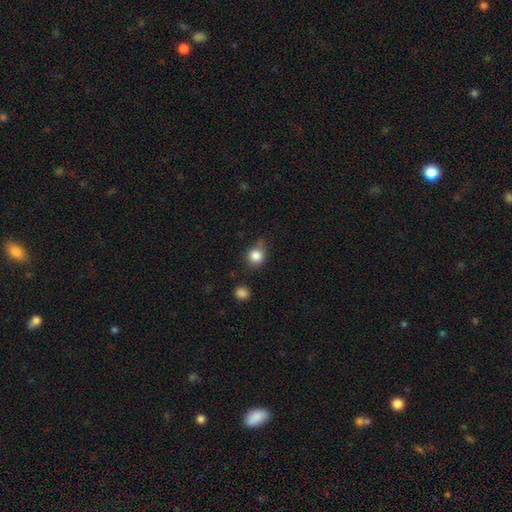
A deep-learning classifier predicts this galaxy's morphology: This appears to be a smooth galaxy with no disk features (83%) that is round (82%). Merging: none (61%).